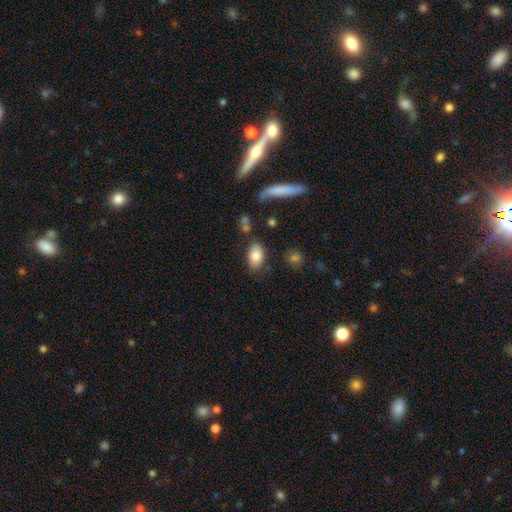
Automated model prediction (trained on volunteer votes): This appears to be a smooth galaxy with no disk features (81%) that is in between round and cigar-shaped (91%). Merging: none (78%).